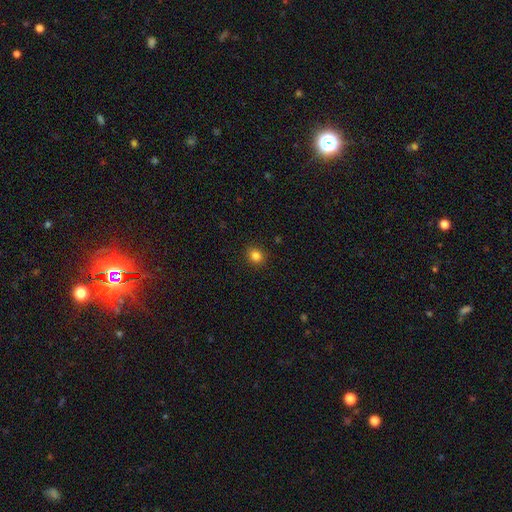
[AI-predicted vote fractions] Smooth or featured: smooth — 83% (star or artifact — 12%)
How rounded: round — 75% (in between — 24%)
Merging: none — 90% (minor disturbance — 7%)